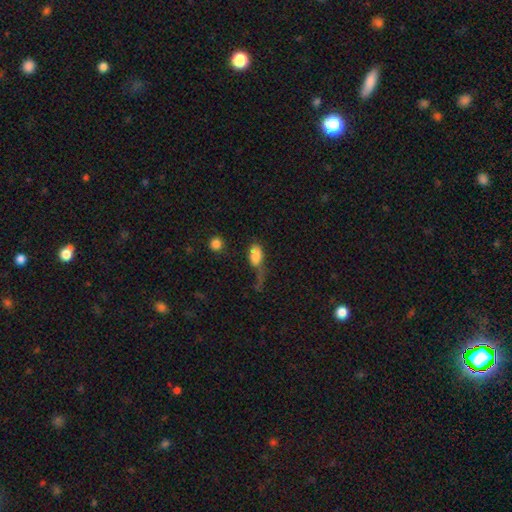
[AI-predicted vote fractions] A smooth galaxy with no disk features (78%) that is in between round and cigar-shaped (88%). Merging: major disturbance (46%).